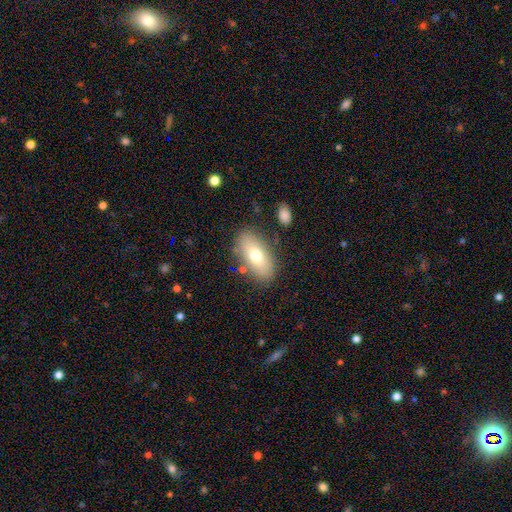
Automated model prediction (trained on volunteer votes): Morphology: type=smooth (70%); roundness=in between (90%); merging=none (80%).